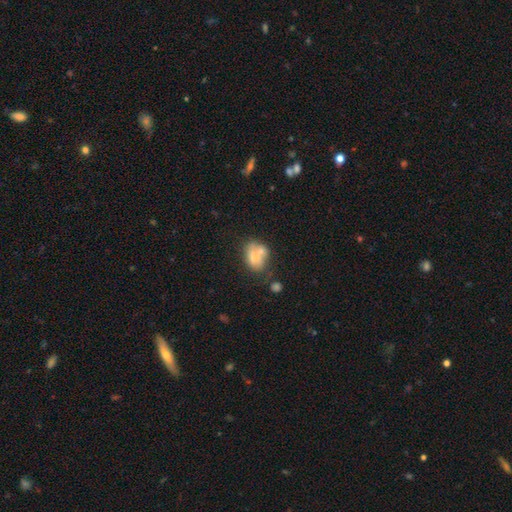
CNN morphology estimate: Smooth or featured? Predicted: smooth (p=0.63). How rounded? Predicted: in between (p=0.68). Merging? Predicted: none (p=0.35).